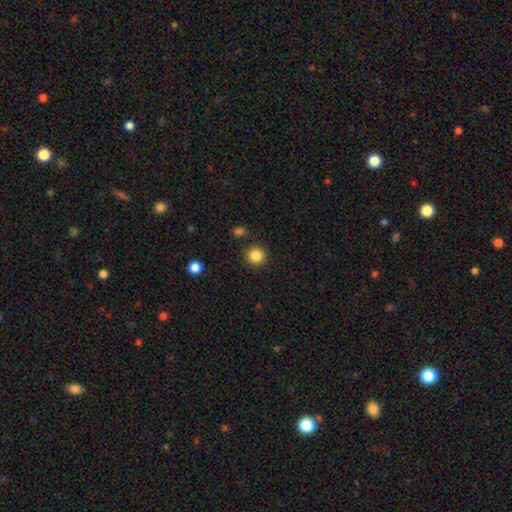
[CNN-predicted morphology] The model was most divided on "smooth or featured": smooth: 86%, star or artifact: 10%, featured or disk: 4%. More confident: how rounded — round (91%); merging — none (89%).